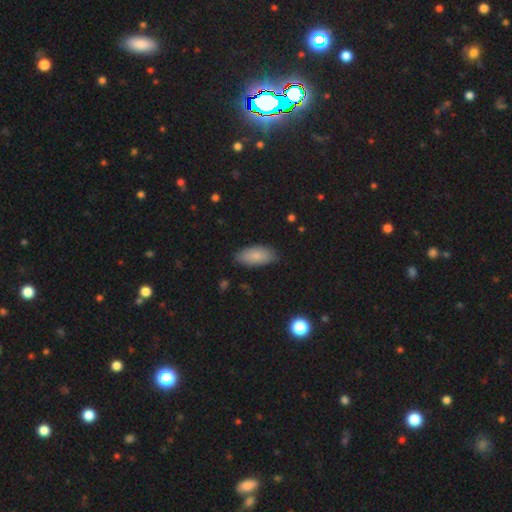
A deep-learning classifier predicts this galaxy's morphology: Q: Smooth or featured?
A: smooth (85%); runner-up: featured or disk (9%)
Q: How rounded?
A: in between (90%); runner-up: cigar-shaped (8%)
Q: Merging?
A: none (84%); runner-up: minor disturbance (13%)